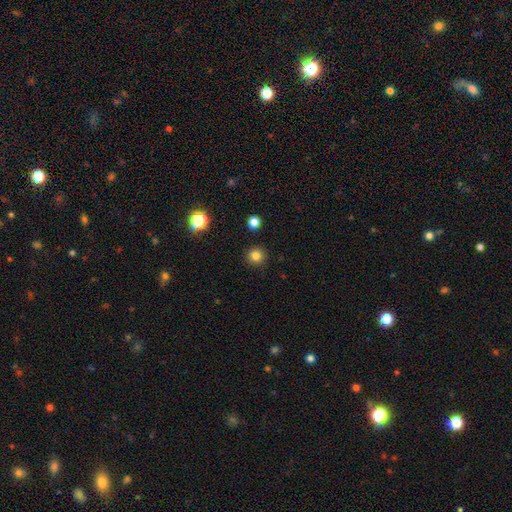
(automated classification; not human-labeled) This is clearly a smooth galaxy (82%). How rounded: clearly round (94%). Merging: clearly none (91%).